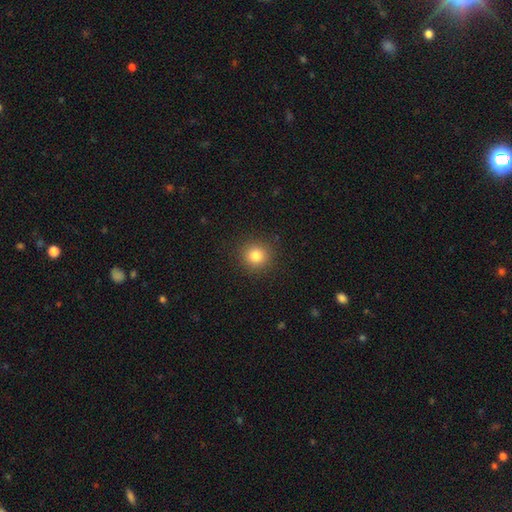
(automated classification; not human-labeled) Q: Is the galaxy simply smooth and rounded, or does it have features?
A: smooth — 81%.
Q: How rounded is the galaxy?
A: round — 92%.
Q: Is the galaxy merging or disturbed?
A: none — 91%.